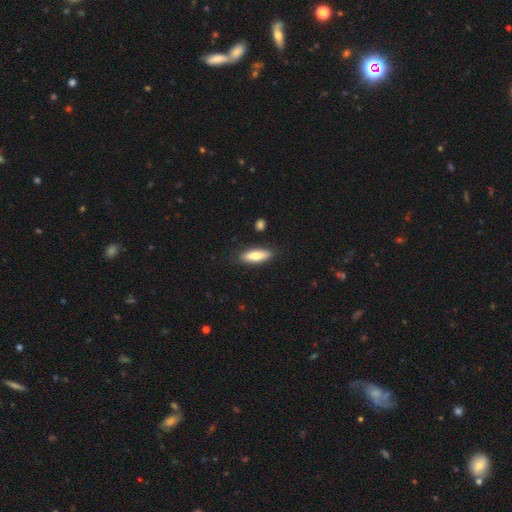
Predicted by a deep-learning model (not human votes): Overall: smooth (75%). How rounded: in between (53%; cigar-shaped 45%). Merging: none (84%).